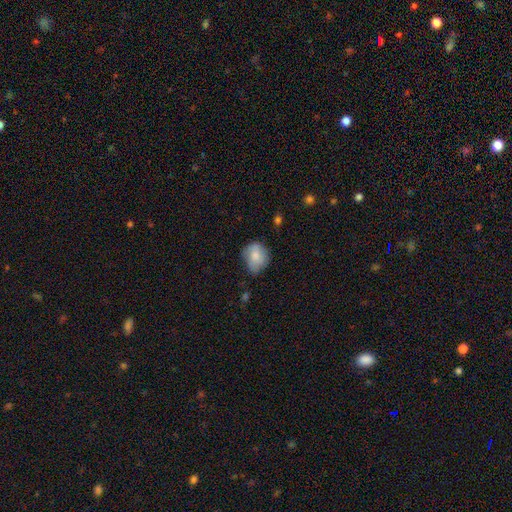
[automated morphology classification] A smooth galaxy with no disk features (77%) that is round (61%). Merging: none (55%).